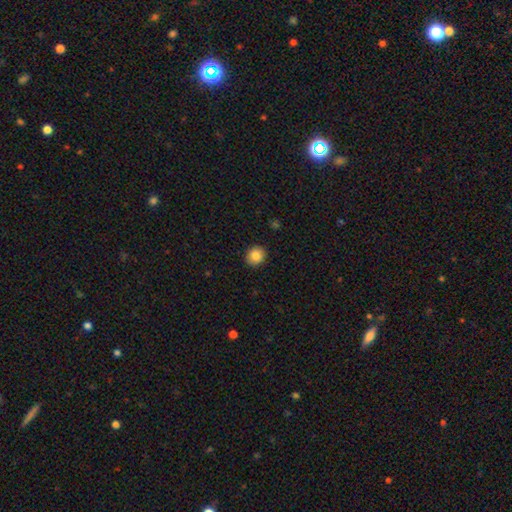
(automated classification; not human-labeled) smooth 86%, star or artifact 9%, featured or disk 6%. Down the decision tree: how rounded — round (82%); merging — none (91%).